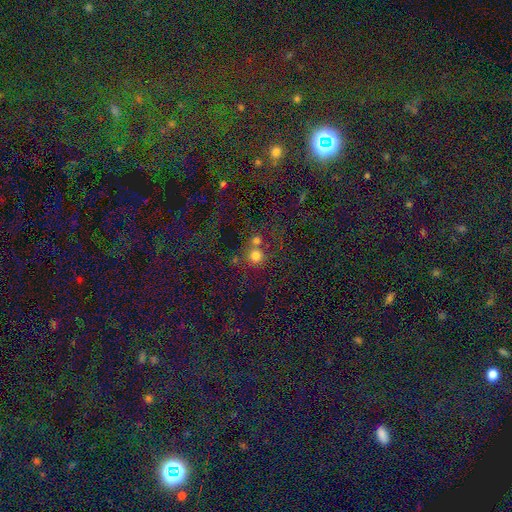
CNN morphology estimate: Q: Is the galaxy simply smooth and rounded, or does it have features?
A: smooth — 70%.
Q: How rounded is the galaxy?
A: round — 92%.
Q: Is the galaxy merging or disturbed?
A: none — 58%.